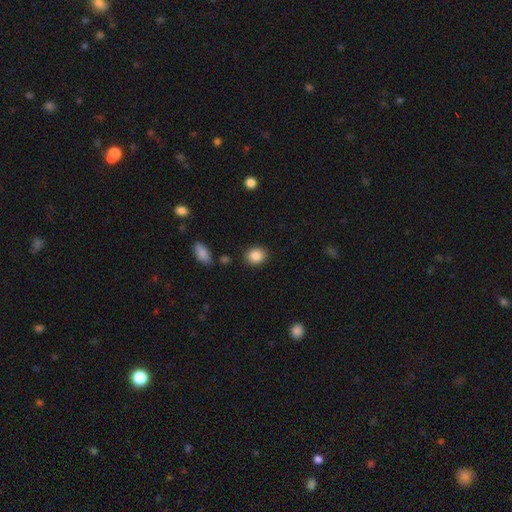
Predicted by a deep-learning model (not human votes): smooth 87%, star or artifact 8%, featured or disk 5%. Down the decision tree: how rounded — round (63%); merging — none (87%).